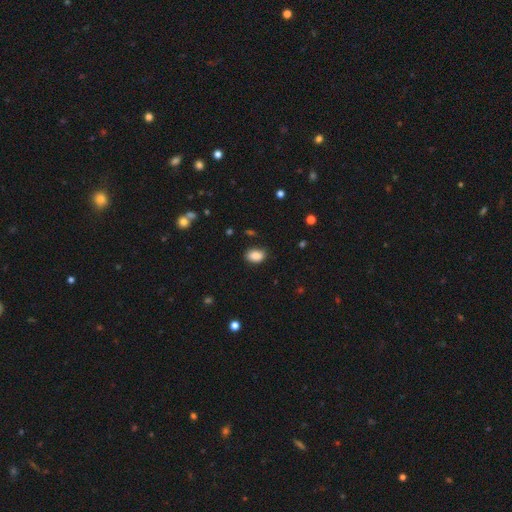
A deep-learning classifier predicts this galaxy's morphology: Smooth or featured: smooth — 88% (star or artifact — 8%)
How rounded: in between — 83% (round — 16%)
Merging: none — 81% (minor disturbance — 14%)